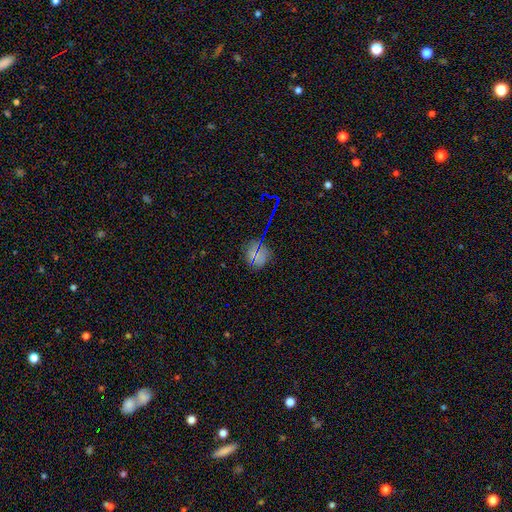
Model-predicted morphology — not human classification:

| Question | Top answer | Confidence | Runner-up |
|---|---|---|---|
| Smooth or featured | smooth | 44% | star or artifact (42%) |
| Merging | none | 81% | minor disturbance (12%) |